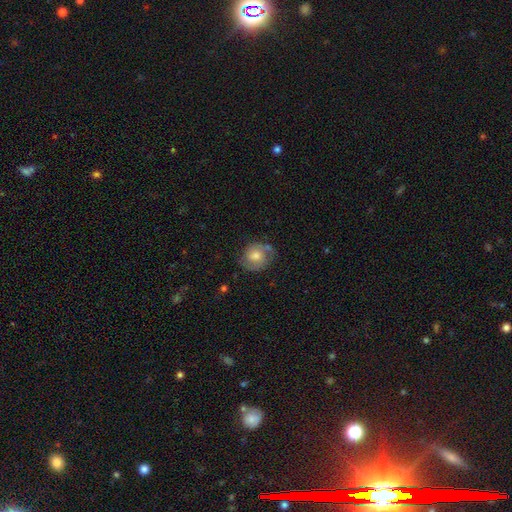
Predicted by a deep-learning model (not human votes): Smooth or featured: featured or disk — 59% (smooth — 33%)
Edge-on disk: no — 97% (yes — 3%)
Bar: no — 66% (weak — 29%)
Spiral arms: yes — 86% (no — 14%)
Bulge size: moderate — 62% (small — 19%)
Merging: none — 72% (minor disturbance — 19%)